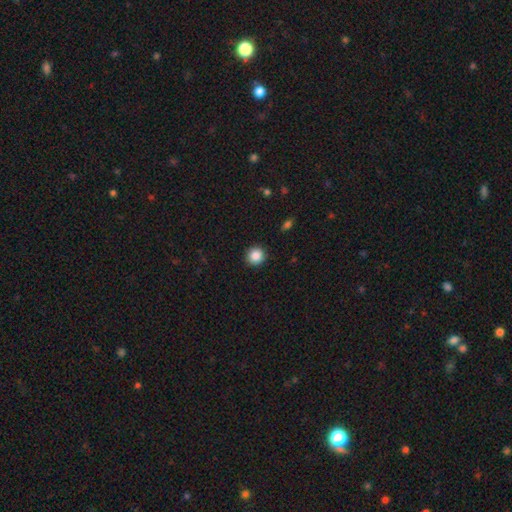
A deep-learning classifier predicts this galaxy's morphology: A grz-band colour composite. It shows a smooth galaxy with no disk features (88%) that is round (93%). Merging: none (91%).